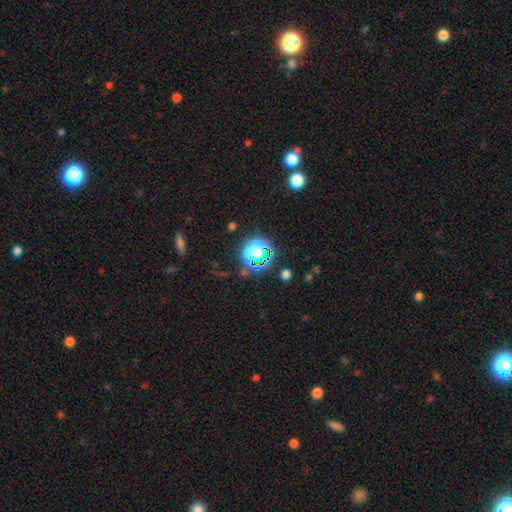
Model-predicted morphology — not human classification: Smooth or featured: star or artifact — 66% (smooth — 24%)